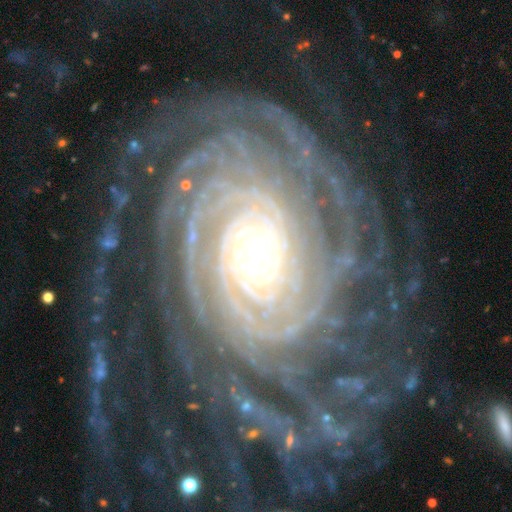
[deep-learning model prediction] smooth_or_featured: featured or disk (p=0.92) [alt: star or artifact p=0.05]
disk_edge_on: no (p=0.97) [alt: yes p=0.03]
bar: no (p=0.66) [alt: weak p=0.19]
has_spiral_arms: yes (p=0.98) [alt: no p=0.02]
spiral_winding: tight (p=0.84) [alt: medium p=0.13]
spiral_arm_count: more than 4 (p=0.40) [alt: can't tell p=0.15]
bulge_size: moderate (p=0.60) [alt: small p=0.26]
merging: none (p=0.69) [alt: major disturbance p=0.15]